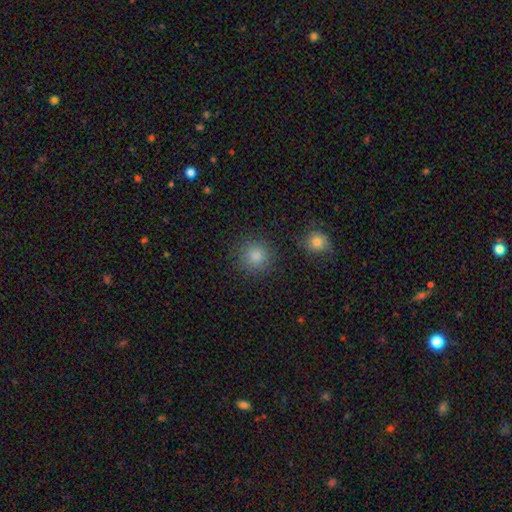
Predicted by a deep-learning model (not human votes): Smooth or featured? smooth (82%)
How rounded? round (94%)
Merging? none (89%)